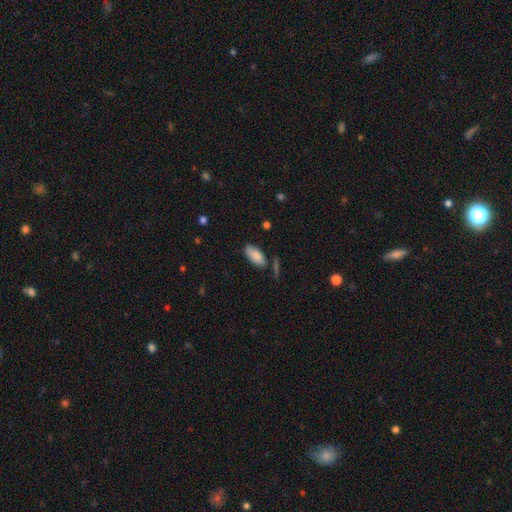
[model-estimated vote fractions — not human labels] Smooth or featured: smooth — 85% (featured or disk — 8%)
How rounded: in between — 92% (cigar-shaped — 6%)
Merging: none — 70% (minor disturbance — 20%)